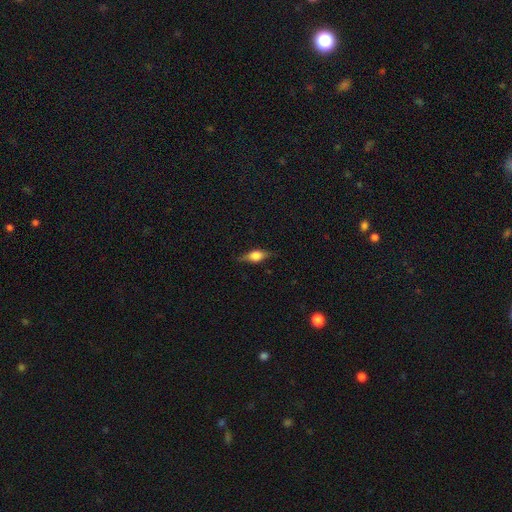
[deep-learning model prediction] Morphology: type=featured or disk (51%); edge-on=yes (93%); merging=none (81%).